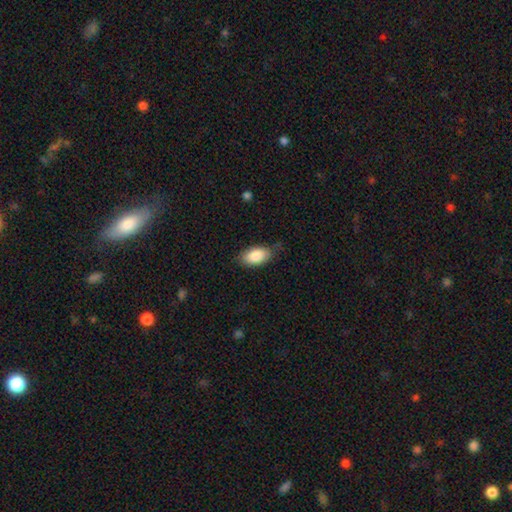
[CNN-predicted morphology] smooth-or-featured: smooth: 85% | featured or disk: 8% | star or artifact: 7%
  how-rounded: in between: 93% | round: 4% | cigar-shaped: 3%
  merging: none: 75% | minor disturbance: 20% | major disturbance: 4% | merger: 1%